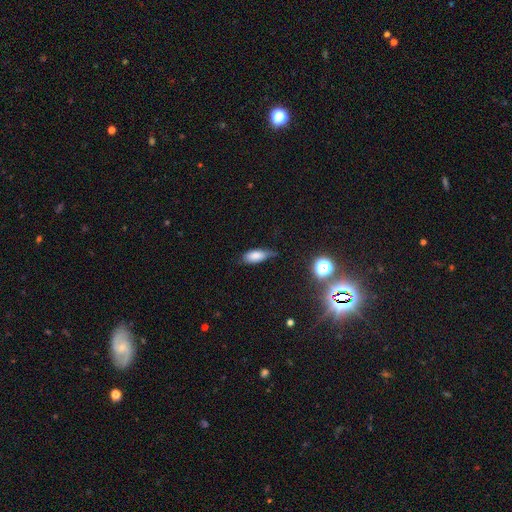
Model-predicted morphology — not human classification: Smooth or featured?
  - smooth: 78% *
  - featured or disk: 12%
  - star or artifact: 10%
How rounded?
  - in between: 81% *
  - cigar-shaped: 16%
  - round: 3%
Merging?
  - none: 45% *
  - minor disturbance: 41%
  - major disturbance: 12%
  - merger: 2%